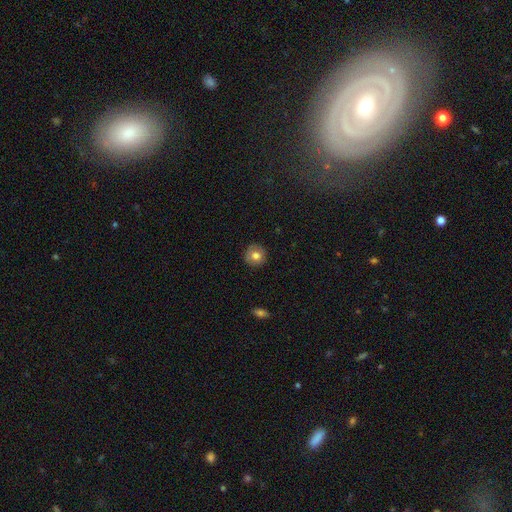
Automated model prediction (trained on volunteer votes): Q: Smooth or featured?
A: smooth (74%); runner-up: featured or disk (17%)
Q: How rounded?
A: round (93%); runner-up: in between (6%)
Q: Merging?
A: none (89%); runner-up: minor disturbance (8%)